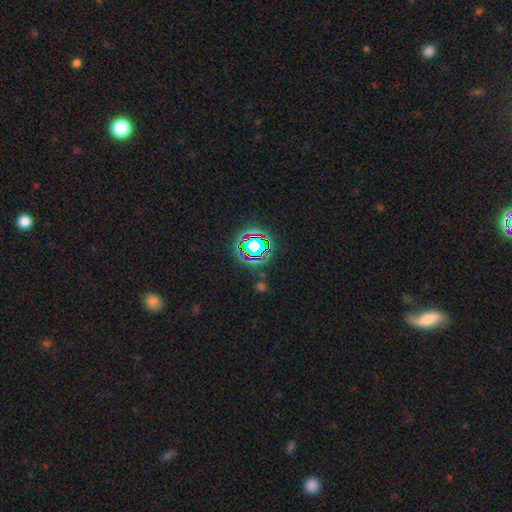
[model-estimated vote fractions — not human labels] Smooth or featured?
  - star or artifact: 70% *
  - smooth: 18%
  - featured or disk: 12%